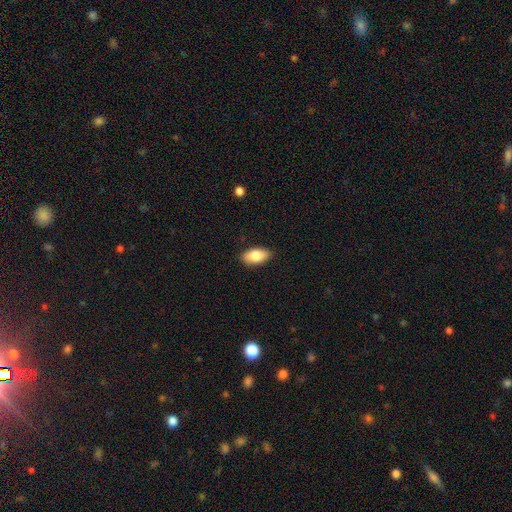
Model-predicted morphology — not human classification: Smooth or featured? Predicted: smooth (p=0.83). How rounded? Predicted: in between (p=0.93). Merging? Predicted: none (p=0.88).